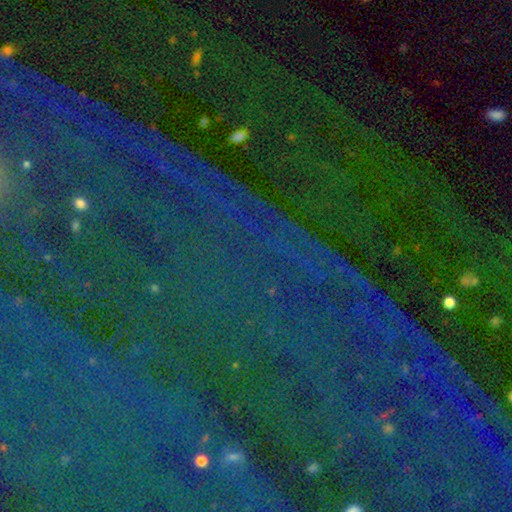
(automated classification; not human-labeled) Smooth or featured: star or artifact — 85% (featured or disk — 7%)